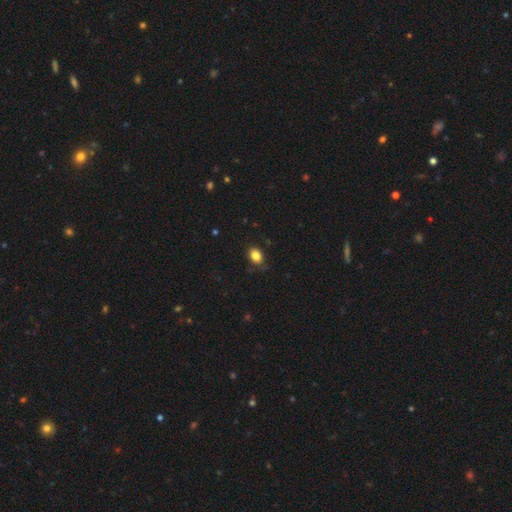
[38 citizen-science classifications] Volunteers were most divided on "how rounded": in between: 74%, round: 24%, cigar-shaped: 3%. More confident: merging — none (91%); smooth or featured — smooth (89%).